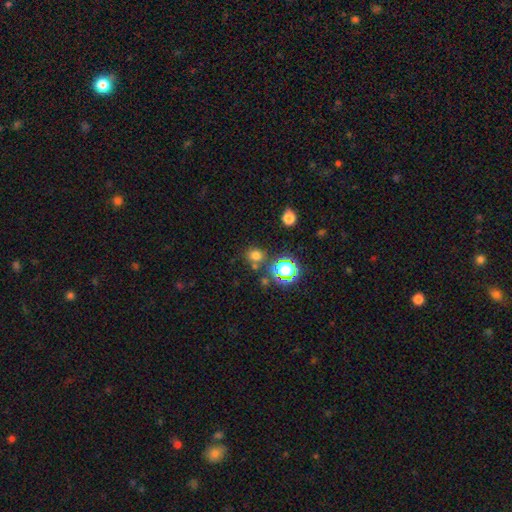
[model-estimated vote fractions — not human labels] A smooth galaxy with no disk features (67%) that is round (80%).

Vote fractions:
- Smooth or featured? smooth: 67% / star or artifact: 27% / featured or disk: 6%
- How rounded? round: 80% / in between: 19% / cigar-shaped: 1%
- Merging? none: 75% / merger: 11% / minor disturbance: 10% / major disturbance: 4%